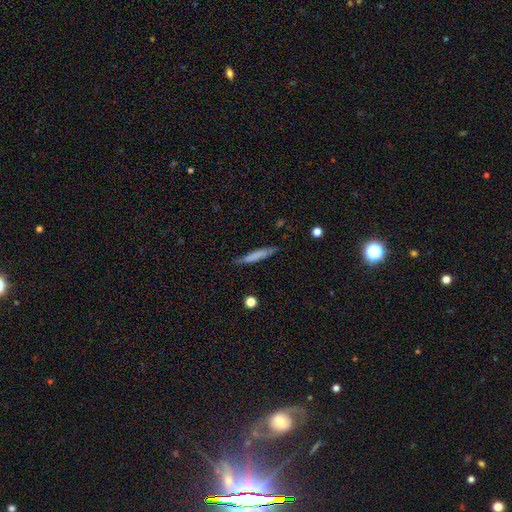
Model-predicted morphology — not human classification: Smooth or featured? Predicted: smooth (p=0.68). How rounded? Predicted: cigar-shaped (p=0.92). Merging? Predicted: none (p=0.82).